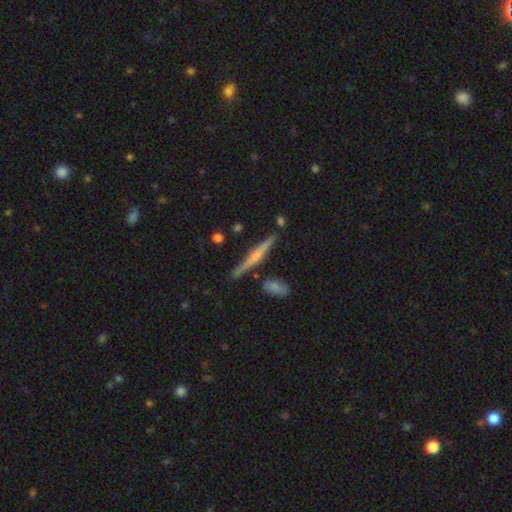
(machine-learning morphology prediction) Smooth or featured?
  - featured or disk: 71% *
  - smooth: 23%
  - star or artifact: 6%
Edge-on disk?
  - yes: 98% *
  - no: 2%
Edge-on bulge?
  - rounded: 77% *
  - none: 13%
  - boxy: 10%
Merging?
  - none: 85% *
  - minor disturbance: 9%
  - merger: 4%
  - major disturbance: 2%